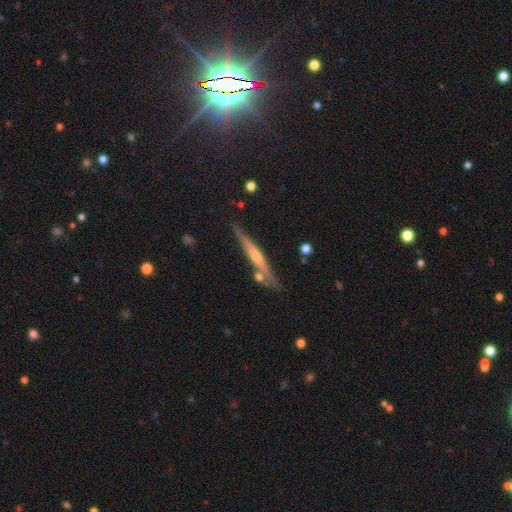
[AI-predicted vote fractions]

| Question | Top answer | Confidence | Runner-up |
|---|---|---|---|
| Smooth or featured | featured or disk | 64% | smooth (28%) |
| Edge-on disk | yes | 96% | no (4%) |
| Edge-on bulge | rounded | 58% | none (31%) |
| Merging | none | 79% | minor disturbance (12%) |